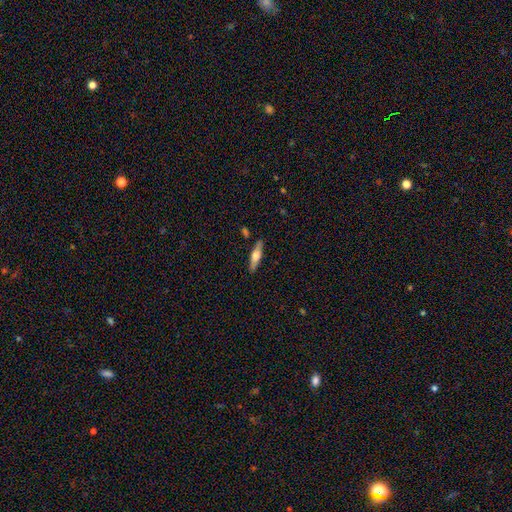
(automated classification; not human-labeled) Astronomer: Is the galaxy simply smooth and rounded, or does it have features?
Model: smooth — 48% (runner-up: featured or disk, 46%).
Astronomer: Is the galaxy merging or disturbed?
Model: none — 86%.